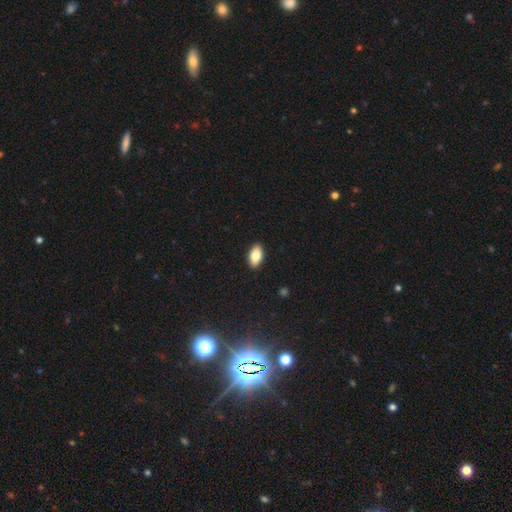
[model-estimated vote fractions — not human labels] Smooth or featured? smooth (83%)
How rounded? in between (93%)
Merging? none (90%)